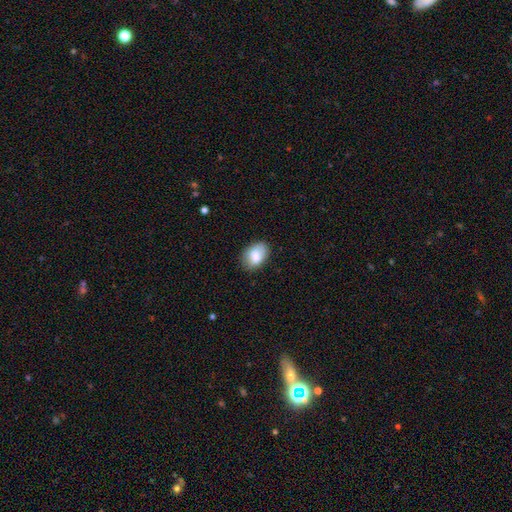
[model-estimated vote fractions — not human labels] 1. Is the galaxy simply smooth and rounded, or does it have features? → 84% smooth, 9% featured or disk, 7% star or artifact.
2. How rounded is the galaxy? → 86% in between, 13% round, 1% cigar-shaped.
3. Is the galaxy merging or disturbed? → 78% none, 17% minor disturbance, 4% major disturbance, 1% merger.